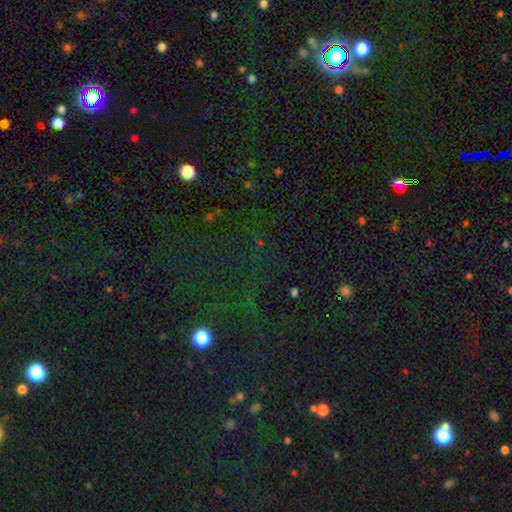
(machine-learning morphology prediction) This is likely a star or artifact rather than a galaxy (74%).